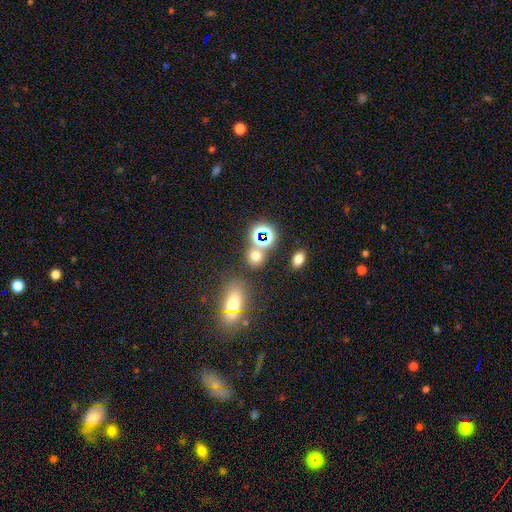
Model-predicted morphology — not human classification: Smooth or featured? Predicted: smooth (p=0.58). How rounded? Predicted: round (p=0.76). Merging? Predicted: none (p=0.66).